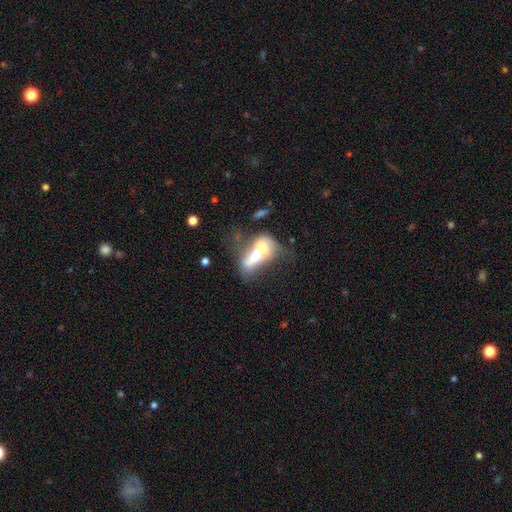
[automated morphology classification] This is possibly a smooth galaxy (49%). Merging: possibly merger (58%).